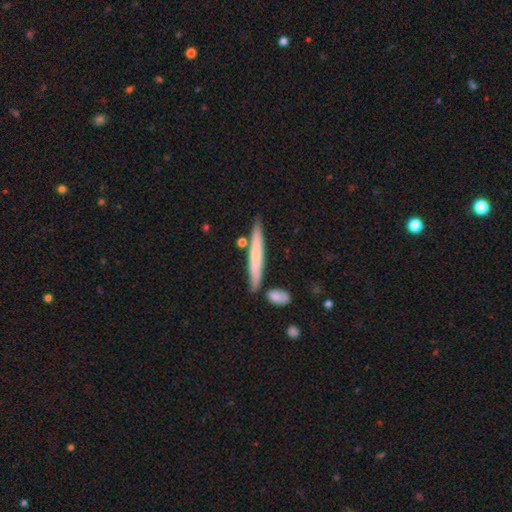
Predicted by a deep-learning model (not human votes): Morphology: type=smooth (62%); roundness=cigar-shaped (95%); merging=none (78%).